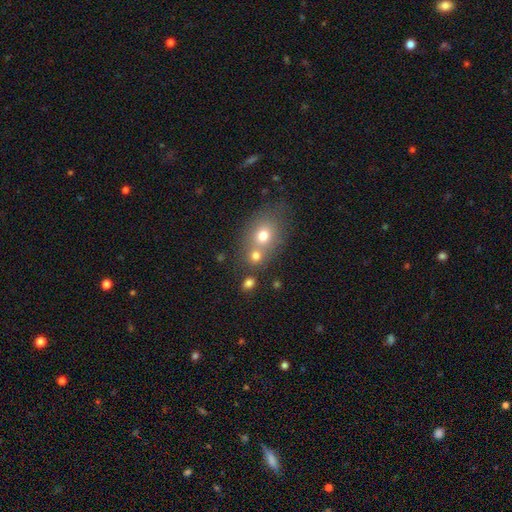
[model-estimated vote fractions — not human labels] This is likely a smooth galaxy (72%). How rounded: likely round (60%). Merging: marginally none (44%).